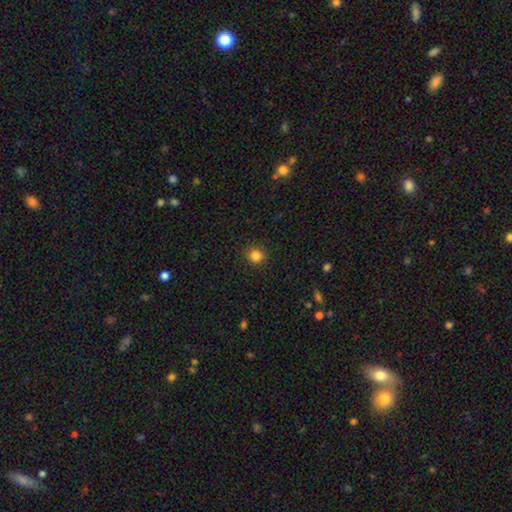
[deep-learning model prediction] Overall: smooth (84%). How rounded: round (91%). Merging: none (92%).